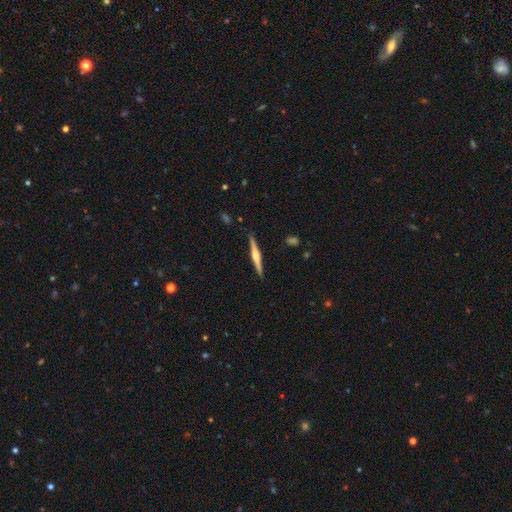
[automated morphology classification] Smooth or featured? Predicted: featured or disk (p=0.70). Edge-on disk? Predicted: yes (p=0.98). Edge-on bulge? Predicted: rounded (p=0.83). Merging? Predicted: none (p=0.91).